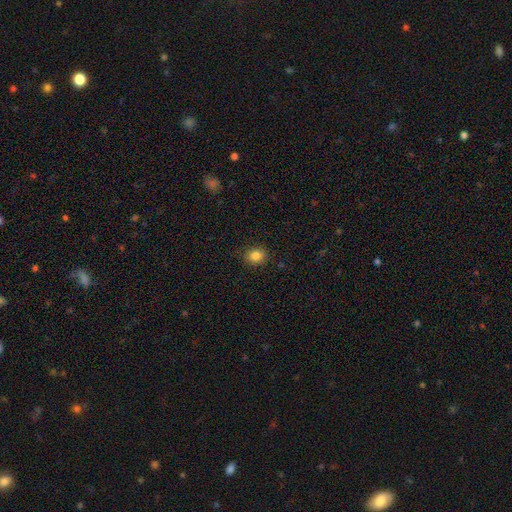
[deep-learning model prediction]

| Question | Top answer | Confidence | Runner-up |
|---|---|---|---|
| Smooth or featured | smooth | 84% | star or artifact (11%) |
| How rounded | round | 60% | in between (39%) |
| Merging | none | 89% | minor disturbance (8%) |